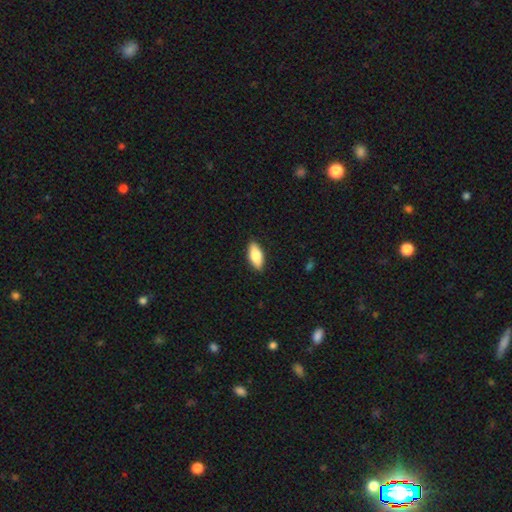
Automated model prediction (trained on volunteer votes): smooth_or_featured: smooth (p=0.81) [alt: featured or disk p=0.13]
how_rounded: in between (p=0.82) [alt: cigar-shaped p=0.16]
merging: none (p=0.89) [alt: minor disturbance p=0.08]